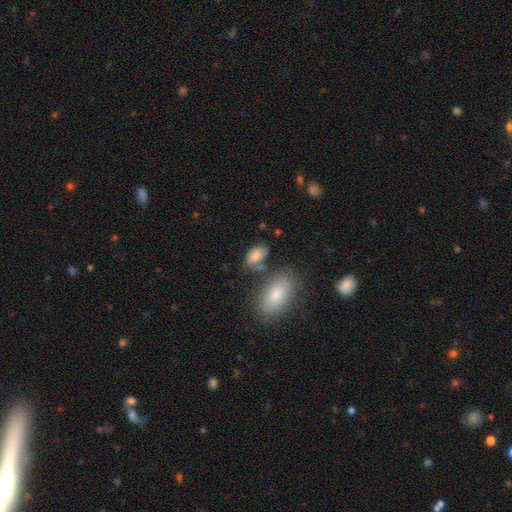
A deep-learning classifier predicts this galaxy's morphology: smooth 74%, featured or disk 16%, star or artifact 9%. Down the decision tree: how rounded — in between (90%); merging — none (51%).